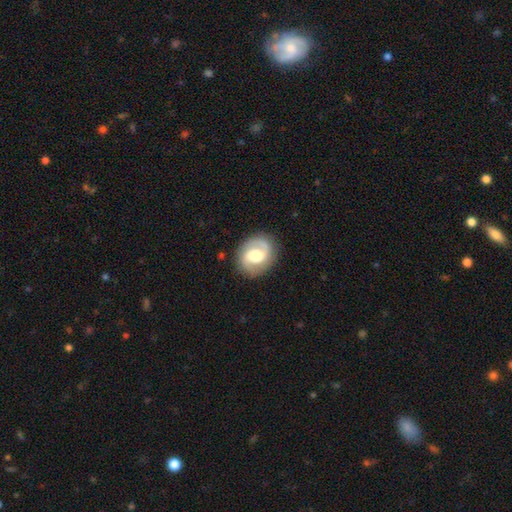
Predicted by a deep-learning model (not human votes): Morphology: type=featured or disk (73%); edge-on=no (97%); bar=weak (48%); spiral arms=yes (87%); winding=medium (48%); arm count=2 (88%); bulge=moderate (60%); merging=none (84%).